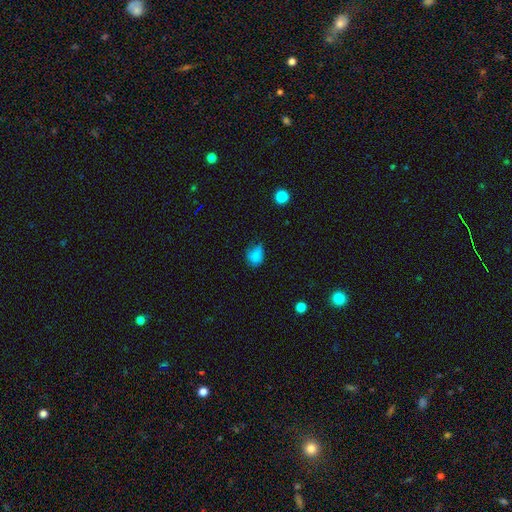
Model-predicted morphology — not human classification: A smooth galaxy with no disk features (81%) that is in between round and cigar-shaped (58%).

Vote fractions:
- Smooth or featured? smooth: 81% / star or artifact: 11% / featured or disk: 8%
- How rounded? in between: 58% / round: 41% / cigar-shaped: 1%
- Merging? none: 48% / minor disturbance: 38% / major disturbance: 12% / merger: 2%